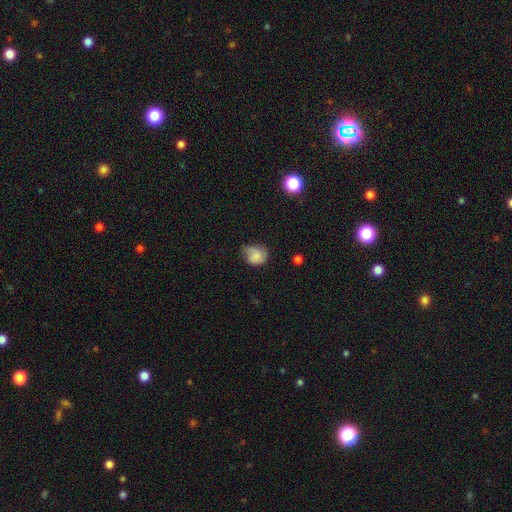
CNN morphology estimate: A smooth galaxy with no disk features (64%) that is round (60%). Merging: none (43%).